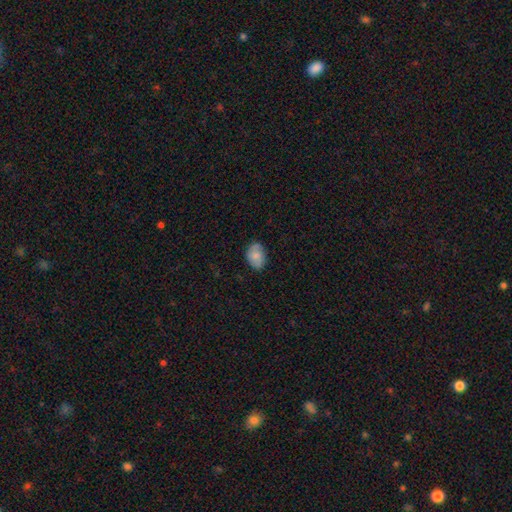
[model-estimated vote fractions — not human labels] Morphology: type=smooth (76%); roundness=in between (81%); merging=none (78%).